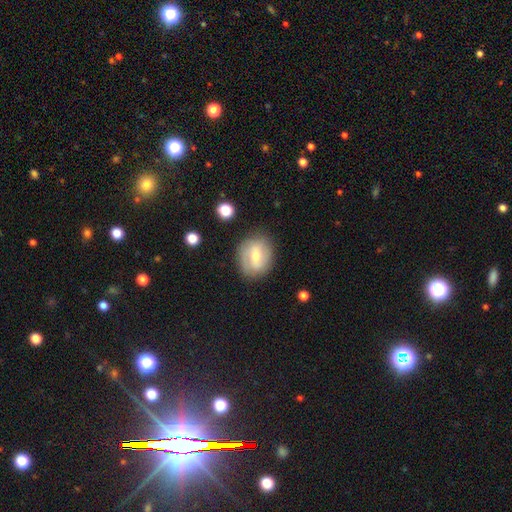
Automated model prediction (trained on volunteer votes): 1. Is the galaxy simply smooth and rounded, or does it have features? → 55% featured or disk, 37% smooth, 8% star or artifact.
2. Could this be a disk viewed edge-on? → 95% no, 5% yes.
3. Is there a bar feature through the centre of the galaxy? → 48% weak, 29% strong, 23% no.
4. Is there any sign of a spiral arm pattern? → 65% yes, 35% no.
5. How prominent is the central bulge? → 59% moderate, 36% small, 3% large, 1% none, 1% dominant.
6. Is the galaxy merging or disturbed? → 80% none, 14% minor disturbance, 4% major disturbance, 2% merger.